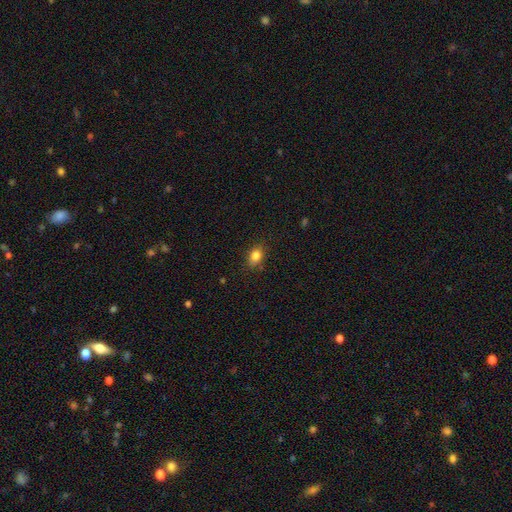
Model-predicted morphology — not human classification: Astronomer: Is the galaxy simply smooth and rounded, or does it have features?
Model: smooth — 82%.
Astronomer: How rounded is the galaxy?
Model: in between — 70%.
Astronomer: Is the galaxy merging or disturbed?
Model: none — 80%.